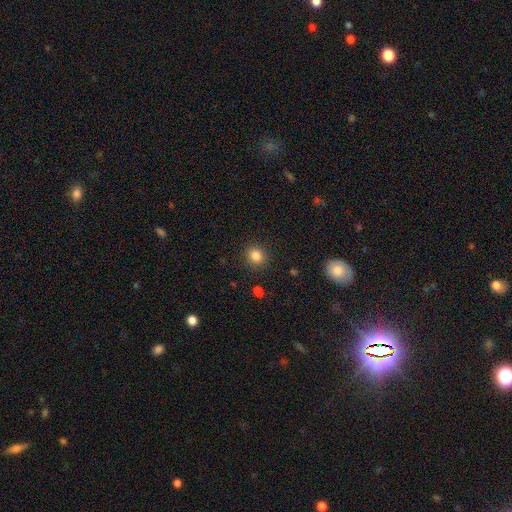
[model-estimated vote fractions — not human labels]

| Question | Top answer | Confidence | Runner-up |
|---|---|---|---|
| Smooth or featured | smooth | 84% | star or artifact (11%) |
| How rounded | round | 74% | in between (26%) |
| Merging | none | 88% | minor disturbance (8%) |